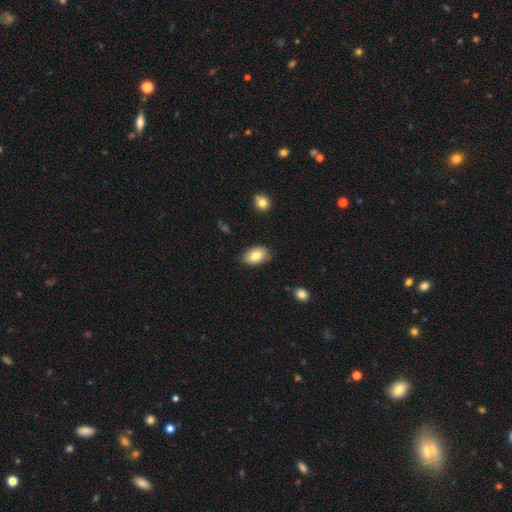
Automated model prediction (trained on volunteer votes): A smooth galaxy with no disk features (81%) that is in between round and cigar-shaped (88%). Merging: none (82%).